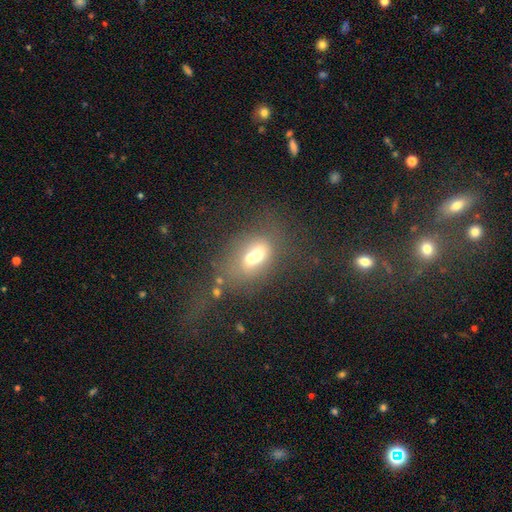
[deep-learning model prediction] Smooth or featured?
  - smooth: 55% *
  - featured or disk: 32%
  - star or artifact: 14%
How rounded?
  - in between: 67% *
  - round: 31%
  - cigar-shaped: 3%
Merging?
  - merger: 59% *
  - none: 22%
  - minor disturbance: 10%
  - major disturbance: 10%